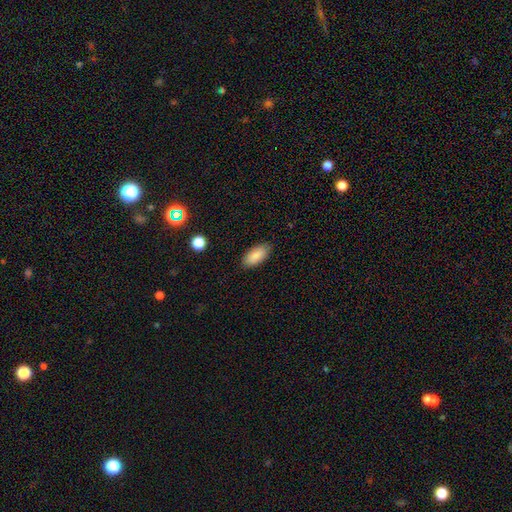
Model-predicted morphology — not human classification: smooth 88%, star or artifact 7%, featured or disk 5%. Down the decision tree: how rounded — in between (90%); merging — none (86%).